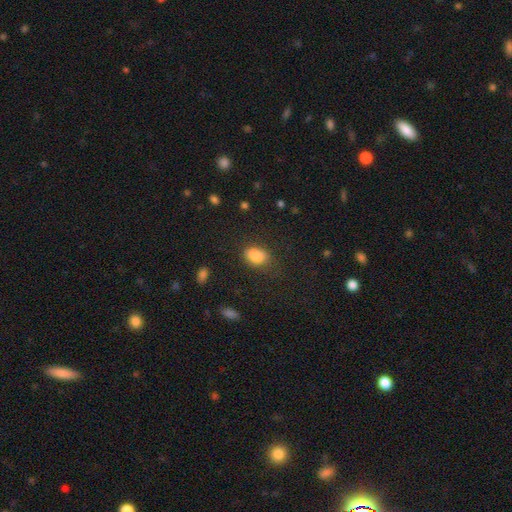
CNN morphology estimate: Smooth or featured? smooth (84%)
How rounded? in between (84%)
Merging? none (61%)